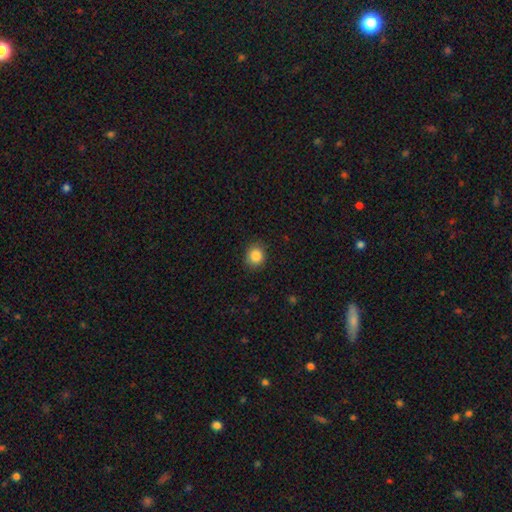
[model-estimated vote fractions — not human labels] A smooth galaxy with no disk features (87%) that is round (79%).

Vote fractions:
- Smooth or featured? smooth: 87% / star or artifact: 10% / featured or disk: 4%
- How rounded? round: 79% / in between: 20% / cigar-shaped: 1%
- Merging? none: 87% / minor disturbance: 9% / major disturbance: 3% / merger: 1%